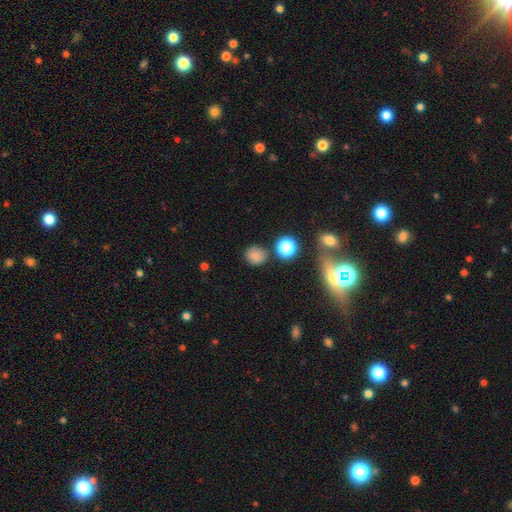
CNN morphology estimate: type=smooth (78%); roundness=round (76%); merging=none (77%).